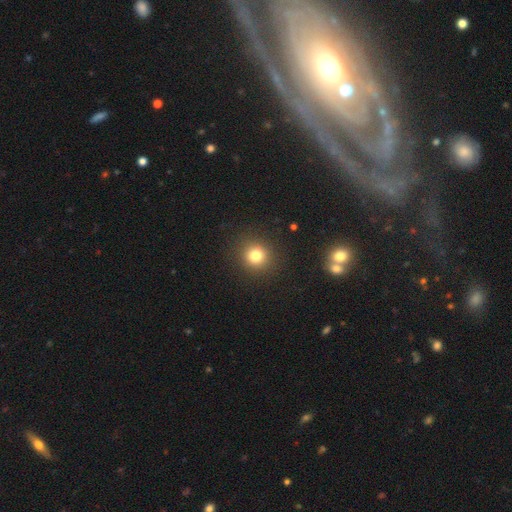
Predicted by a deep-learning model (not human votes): Smooth or featured: smooth — 79% (star or artifact — 14%)
How rounded: round — 91% (in between — 8%)
Merging: none — 91% (minor disturbance — 6%)